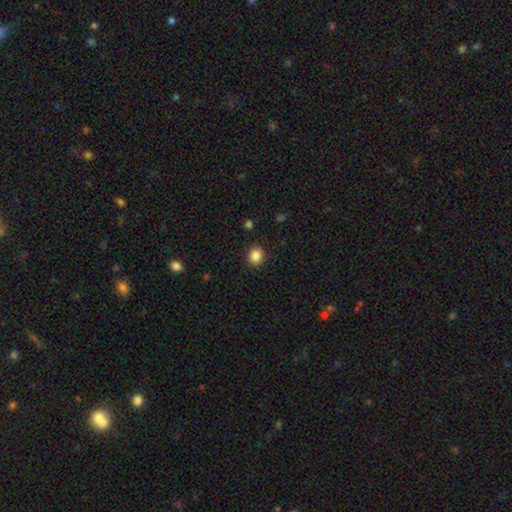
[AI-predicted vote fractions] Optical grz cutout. It shows a smooth galaxy with no disk features (86%) that is round (85%). Merging: none (90%).